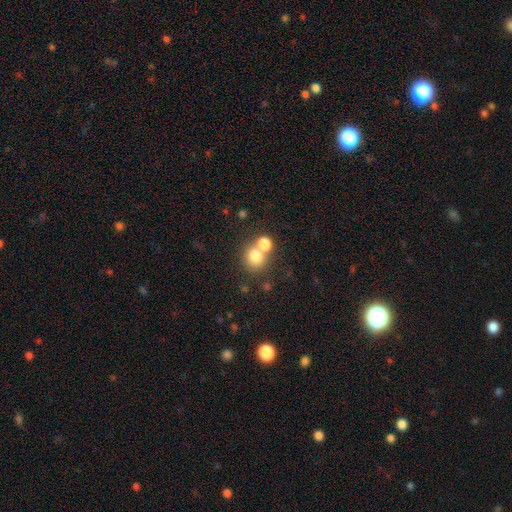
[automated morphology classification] type=smooth (76%); roundness=round (78%); merging=none (47%).